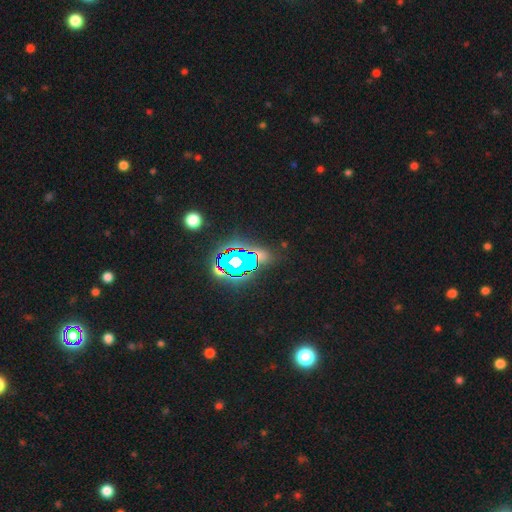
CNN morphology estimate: Smooth or featured? Predicted: star or artifact (p=0.69).